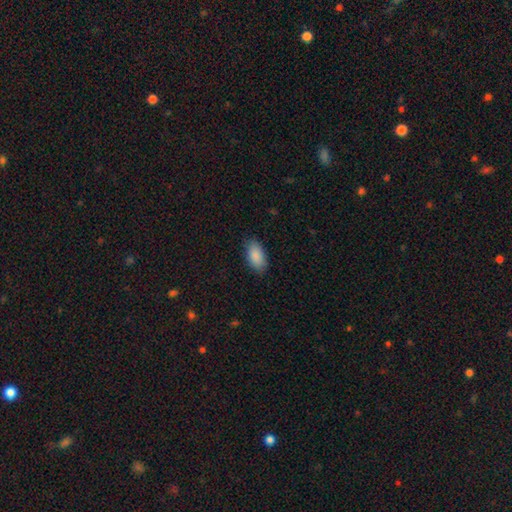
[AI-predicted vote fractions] Smooth or featured? Predicted: smooth (p=0.89). How rounded? Predicted: in between (p=0.94). Merging? Predicted: none (p=0.85).